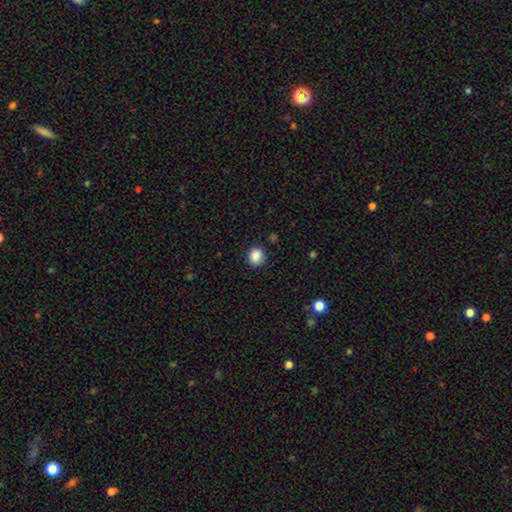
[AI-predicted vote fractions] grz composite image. It shows a smooth galaxy with no disk features (87%) that is round (86%). Merging: none (87%).